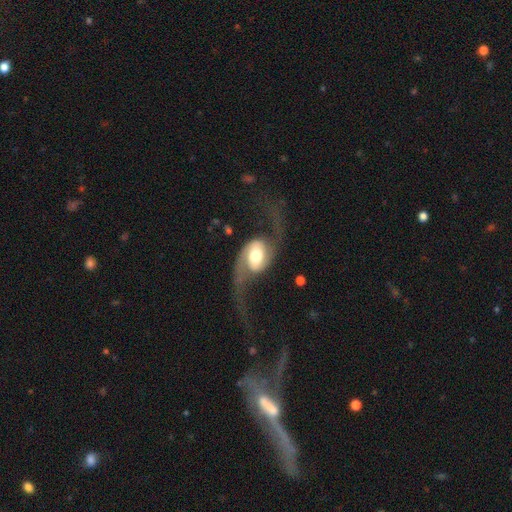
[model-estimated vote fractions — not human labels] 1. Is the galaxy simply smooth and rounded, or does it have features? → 86% featured or disk, 9% smooth, 5% star or artifact.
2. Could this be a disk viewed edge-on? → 96% no, 4% yes.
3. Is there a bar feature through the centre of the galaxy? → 45% no, 34% weak, 21% strong.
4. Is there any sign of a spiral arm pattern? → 95% yes, 5% no.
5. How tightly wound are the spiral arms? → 82% loose, 14% medium, 4% tight.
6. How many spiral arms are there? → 93% 2, 3% 1, 1% can't tell, 1% 3, 1% 4, 1% more than 4.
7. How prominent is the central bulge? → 52% moderate, 31% large, 8% dominant, 8% small, 2% none.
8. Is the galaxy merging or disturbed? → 56% none, 29% major disturbance, 13% minor disturbance, 3% merger.